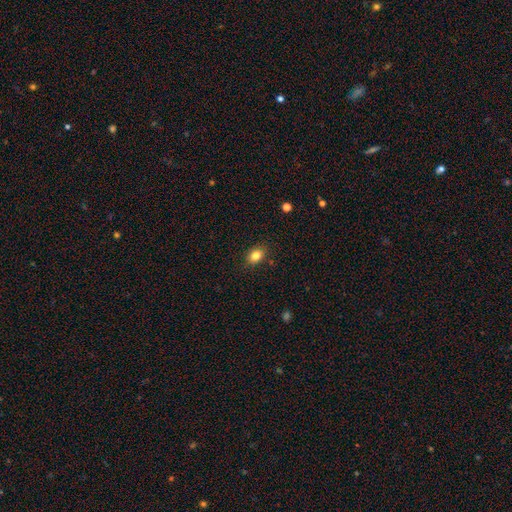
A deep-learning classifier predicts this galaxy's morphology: Smooth or featured? Predicted: smooth (p=0.83). How rounded? Predicted: in between (p=0.69). Merging? Predicted: none (p=0.86).